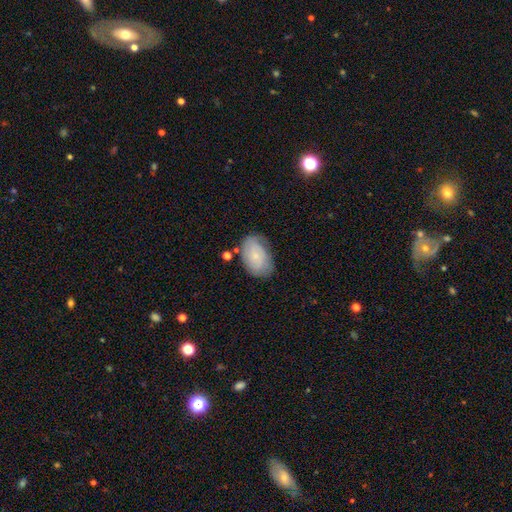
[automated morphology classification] smooth_or_featured: smooth (p=0.60) [alt: featured or disk p=0.33]
how_rounded: in between (p=0.88) [alt: round p=0.10]
merging: none (p=0.66) [alt: minor disturbance p=0.24]